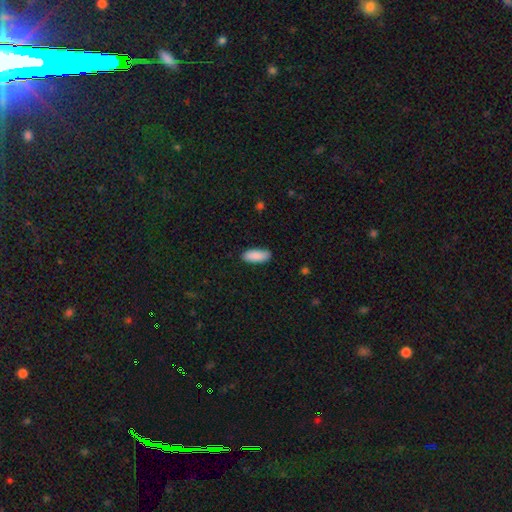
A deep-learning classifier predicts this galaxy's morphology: type=smooth (91%); roundness=in between (76%); merging=none (87%).